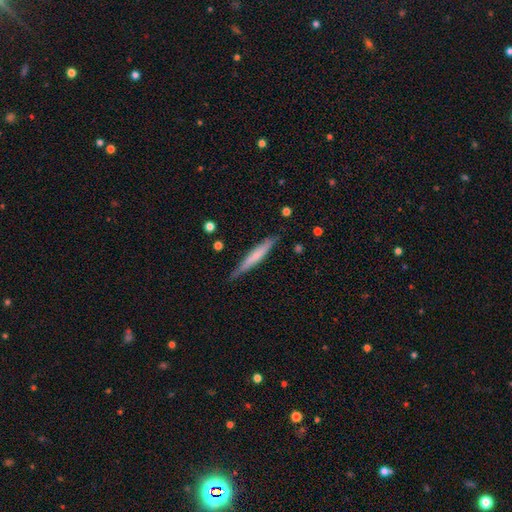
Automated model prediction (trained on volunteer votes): Smooth or featured?
  - smooth: 56% *
  - featured or disk: 39%
  - star or artifact: 5%
How rounded?
  - cigar-shaped: 95% *
  - in between: 4%
  - round: 1%
Merging?
  - none: 82% *
  - minor disturbance: 14%
  - major disturbance: 2%
  - merger: 1%